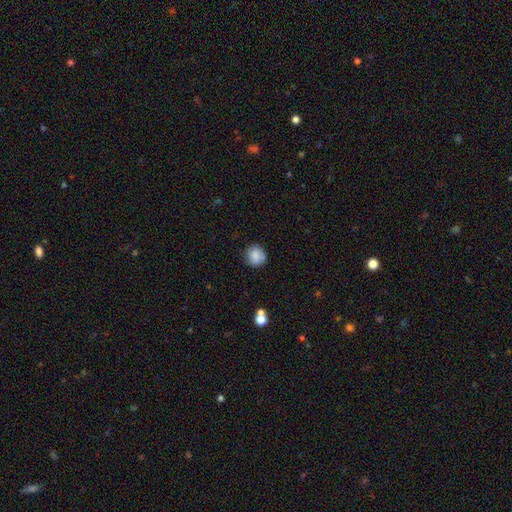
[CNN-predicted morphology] Overall: smooth (85%). How rounded: round (88%). Merging: none (81%).